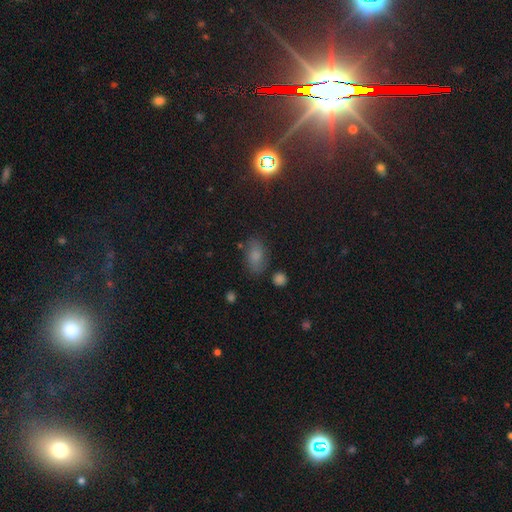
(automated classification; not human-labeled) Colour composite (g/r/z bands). It shows a smooth galaxy with no disk features (70%) that is in between round and cigar-shaped (87%). Merging: none (73%).